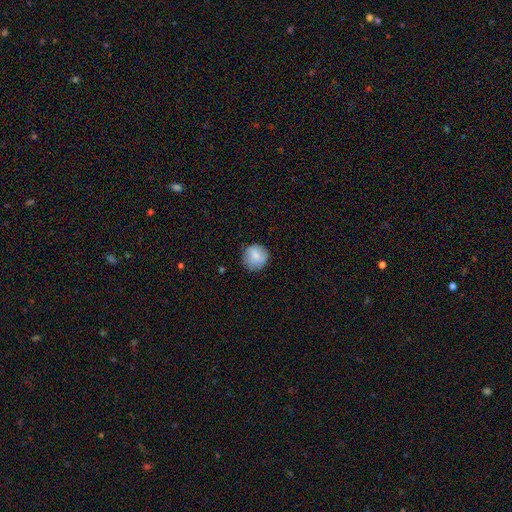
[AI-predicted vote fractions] smooth-or-featured: smooth: 80% | featured or disk: 13% | star or artifact: 7%
  how-rounded: round: 92% | in between: 7% | cigar-shaped: 1%
  merging: none: 80% | minor disturbance: 15% | major disturbance: 3% | merger: 1%